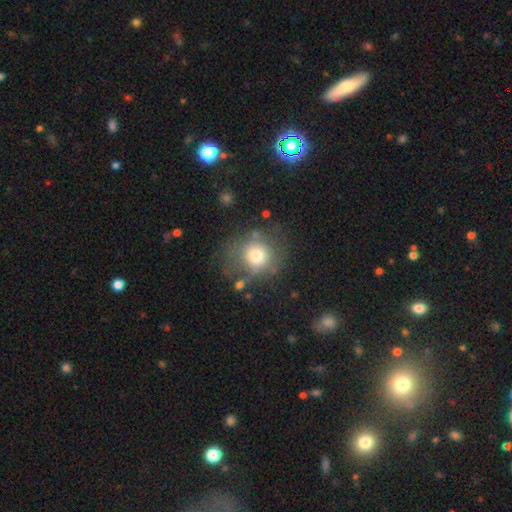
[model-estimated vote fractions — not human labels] Smooth or featured? smooth (72%)
How rounded? round (81%)
Merging? none (61%)